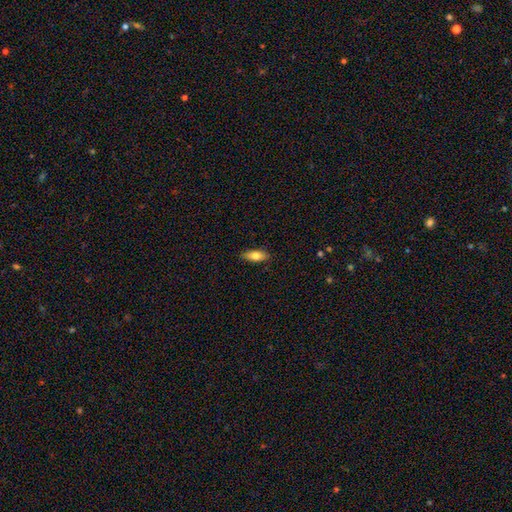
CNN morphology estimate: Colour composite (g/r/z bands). It shows a smooth galaxy with no disk features (79%) that is in between round and cigar-shaped (77%). Merging: none (88%).